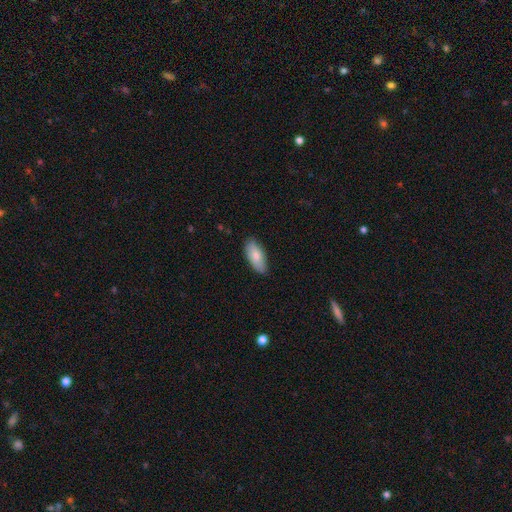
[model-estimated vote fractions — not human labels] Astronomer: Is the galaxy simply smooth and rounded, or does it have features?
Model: smooth — 82%.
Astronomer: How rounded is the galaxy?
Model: in between — 85%.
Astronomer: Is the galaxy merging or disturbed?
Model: none — 82%.